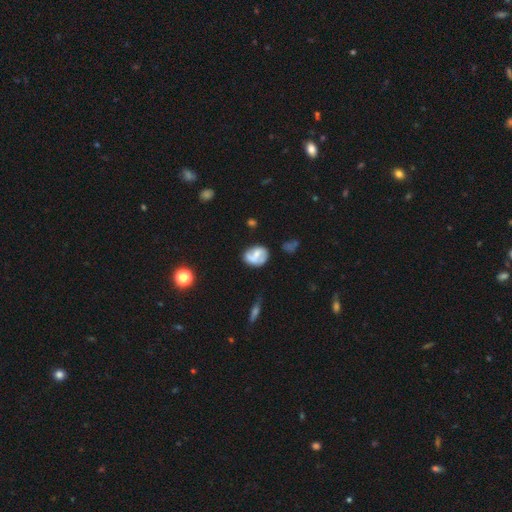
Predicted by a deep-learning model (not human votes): Overall: featured or disk (48%; smooth 44%). Merging: none (53%; minor disturbance 25%).